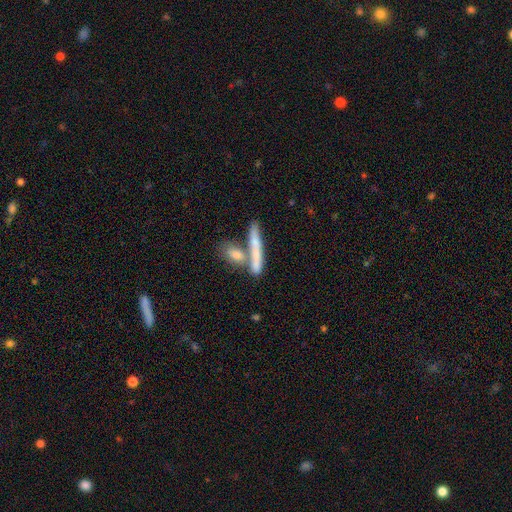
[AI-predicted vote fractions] smooth 62%, featured or disk 31%, star or artifact 7%. Down the decision tree: how rounded — cigar-shaped (82%); merging — none (51%).